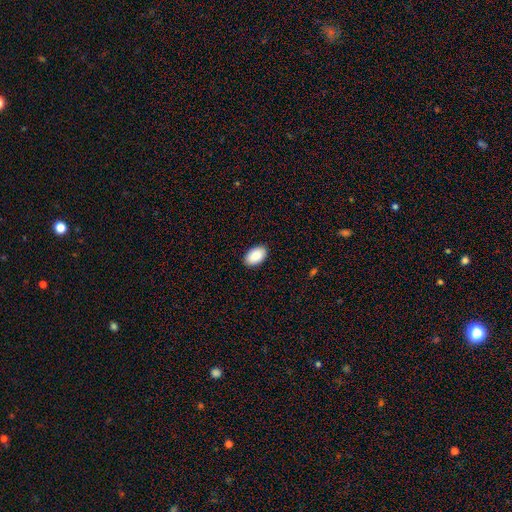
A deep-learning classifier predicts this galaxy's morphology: The model was most divided on "merging": none: 90%, minor disturbance: 8%, major disturbance: 2%, merger: 1%. More confident: how rounded — in between (94%); smooth or featured — smooth (91%).